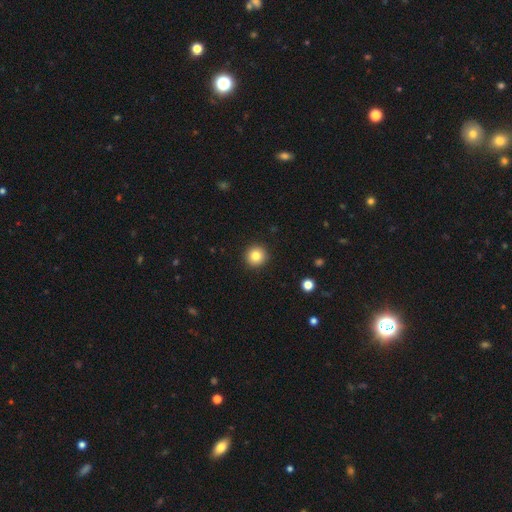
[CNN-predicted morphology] Q: Smooth or featured?
A: smooth (83%); runner-up: star or artifact (10%)
Q: How rounded?
A: round (95%); runner-up: in between (4%)
Q: Merging?
A: none (92%); runner-up: minor disturbance (5%)